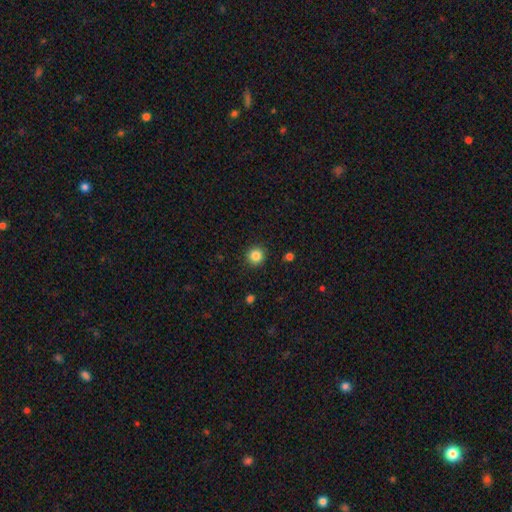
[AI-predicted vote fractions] Smooth or featured: smooth — 85% (star or artifact — 11%)
How rounded: round — 94% (in between — 5%)
Merging: none — 92% (minor disturbance — 5%)